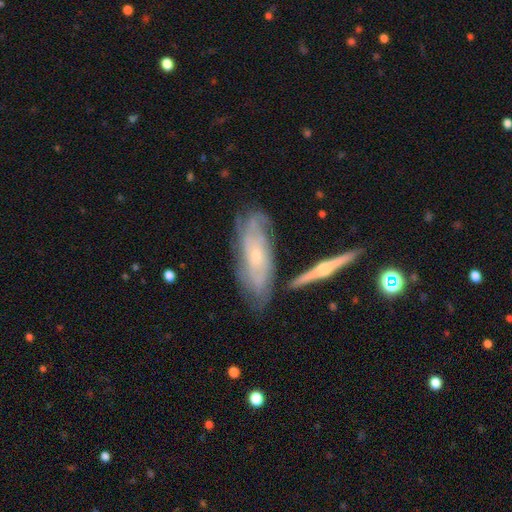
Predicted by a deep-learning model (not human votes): Smooth or featured?
  - featured or disk: 76% *
  - smooth: 18%
  - star or artifact: 7%
Edge-on disk?
  - no: 79% *
  - yes: 21%
Bar?
  - no: 77% *
  - weak: 18%
  - strong: 4%
Spiral arms?
  - yes: 87% *
  - no: 13%
Spiral winding?
  - tight: 66% *
  - medium: 26%
  - loose: 8%
Spiral arm count?
  - can't tell: 53% *
  - 2: 17%
  - 3: 12%
  - 4: 9%
  - more than 4: 5%
  - 1: 4%
Bulge size?
  - small: 75% *
  - moderate: 20%
  - none: 2%
  - large: 1%
  - dominant: 1%
Merging?
  - none: 66% *
  - minor disturbance: 20%
  - merger: 7%
  - major disturbance: 6%